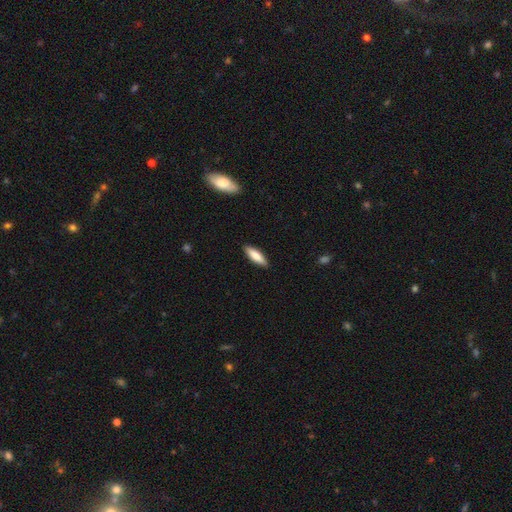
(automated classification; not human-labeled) smooth_or_featured: smooth (p=0.83) [alt: featured or disk p=0.12]
how_rounded: cigar-shaped (p=0.49) [tied with: in between p=0.49]
merging: none (p=0.89) [alt: minor disturbance p=0.08]